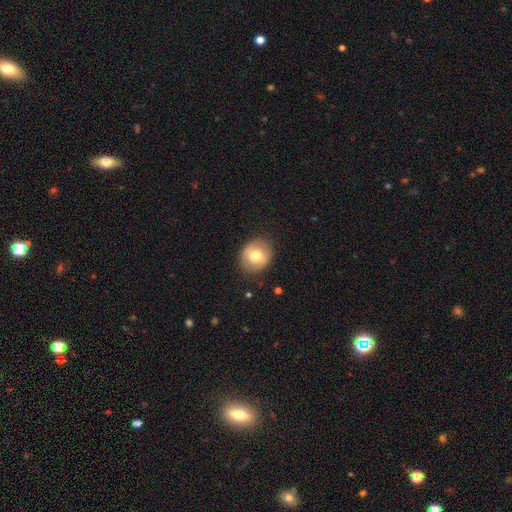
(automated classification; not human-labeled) smooth 69%, featured or disk 23%, star or artifact 8%. Down the decision tree: how rounded — round (75%); merging — none (85%).